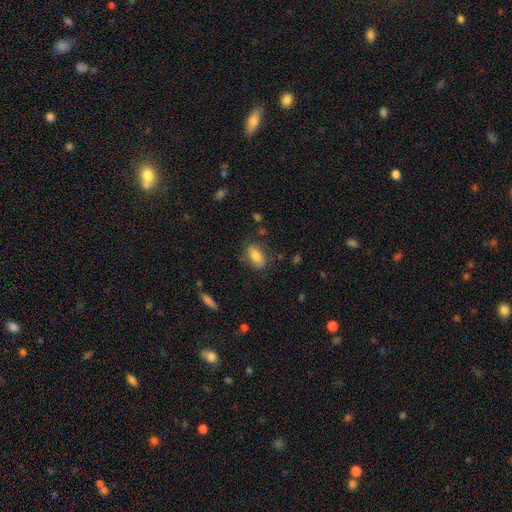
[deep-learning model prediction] Overall: smooth (76%). How rounded: in between (87%). Merging: none (78%).